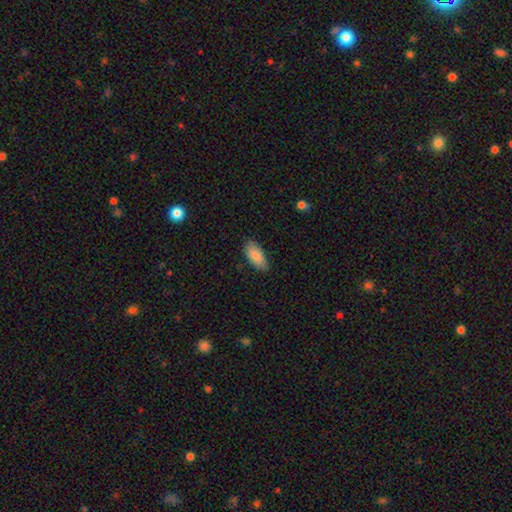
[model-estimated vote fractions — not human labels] Morphology: type=smooth (88%); roundness=in between (88%); merging=none (82%).